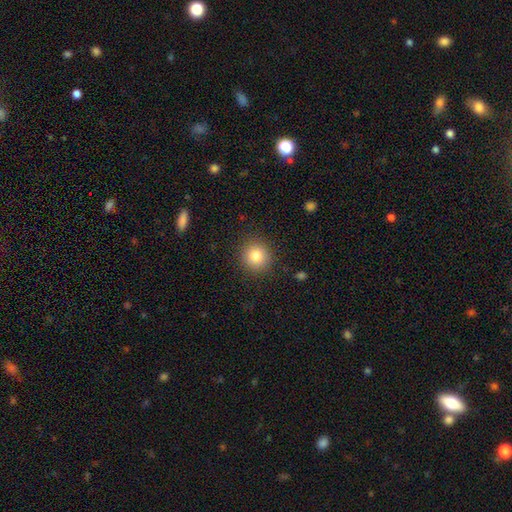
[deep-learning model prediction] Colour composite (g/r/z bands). It shows a smooth galaxy with no disk features (82%) that is round (92%). Merging: none (90%).